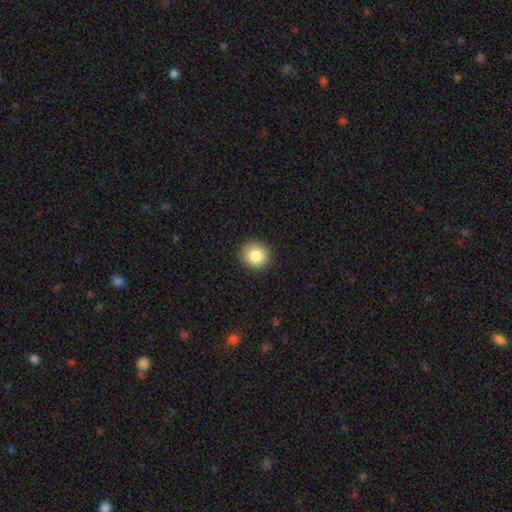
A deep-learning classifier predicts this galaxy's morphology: Q: Smooth or featured?
A: smooth (84%); runner-up: star or artifact (9%)
Q: How rounded?
A: round (89%); runner-up: in between (10%)
Q: Merging?
A: none (91%); runner-up: minor disturbance (6%)